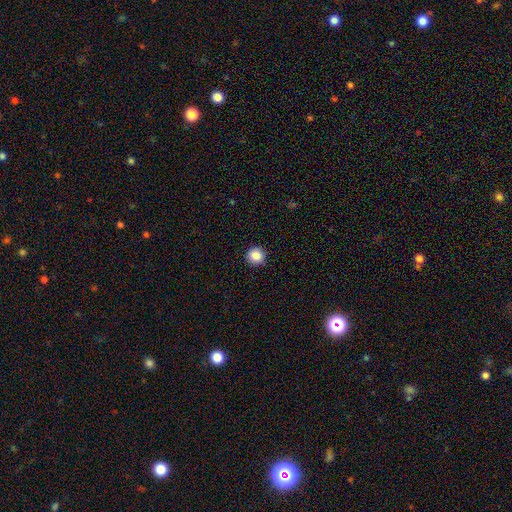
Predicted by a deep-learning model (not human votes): Smooth or featured? smooth (87%)
How rounded? round (95%)
Merging? none (92%)